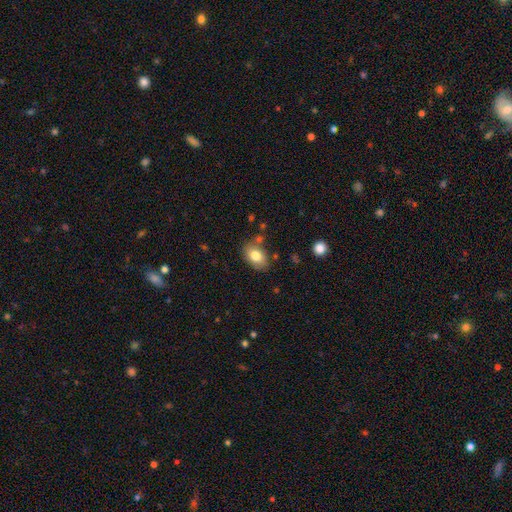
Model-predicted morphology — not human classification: smooth-or-featured: smooth: 80% | featured or disk: 12% | star or artifact: 8%
  how-rounded: in between: 82% | round: 16% | cigar-shaped: 1%
  merging: none: 76% | minor disturbance: 16% | merger: 5% | major disturbance: 4%